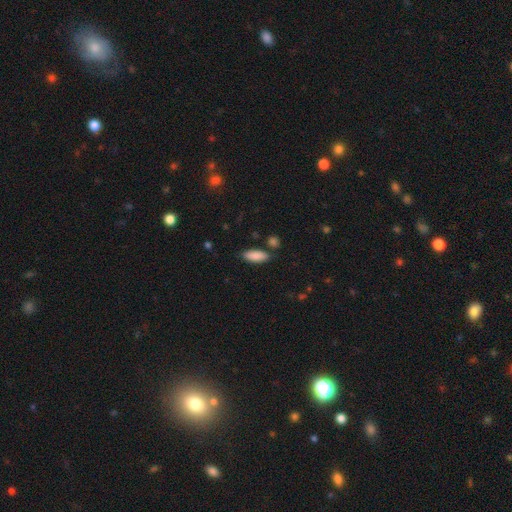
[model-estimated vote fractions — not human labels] Smooth or featured: smooth — 88% (star or artifact — 6%)
How rounded: in between — 73% (cigar-shaped — 25%)
Merging: none — 80% (minor disturbance — 12%)